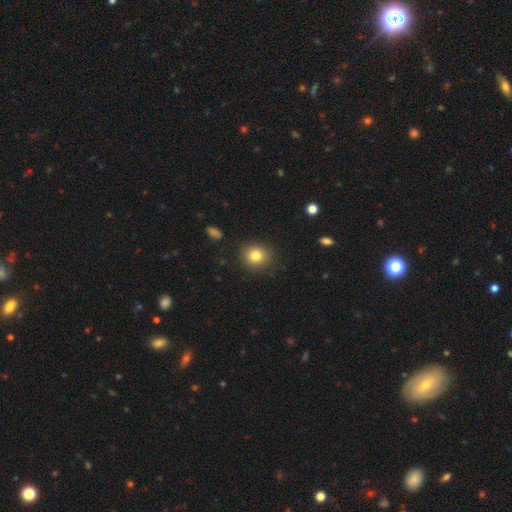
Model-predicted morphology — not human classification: type=smooth (81%); roundness=round (80%); merging=none (88%).